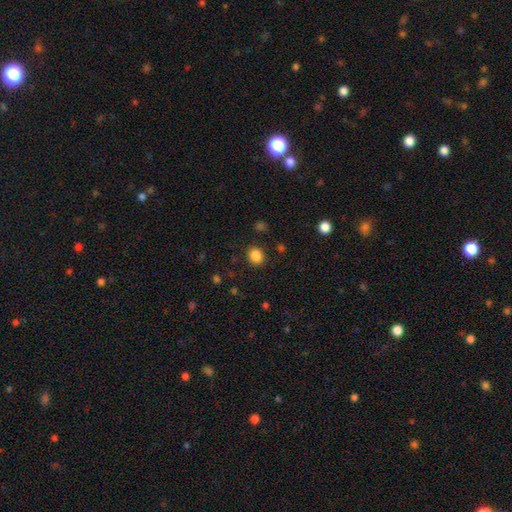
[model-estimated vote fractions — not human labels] Smooth or featured? smooth (85%)
How rounded? round (76%)
Merging? none (88%)